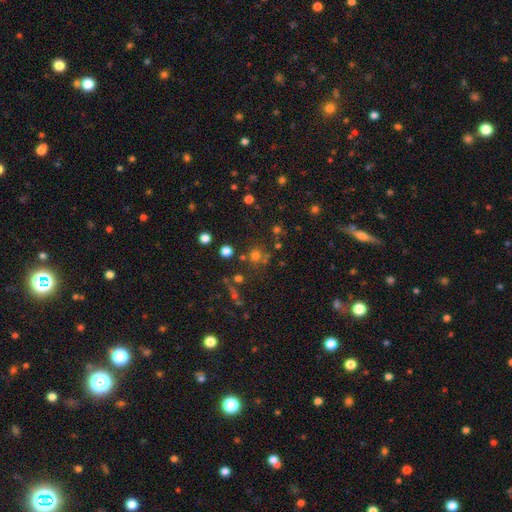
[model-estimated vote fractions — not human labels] Morphology: type=smooth (64%); roundness=round (89%); merging=none (70%).